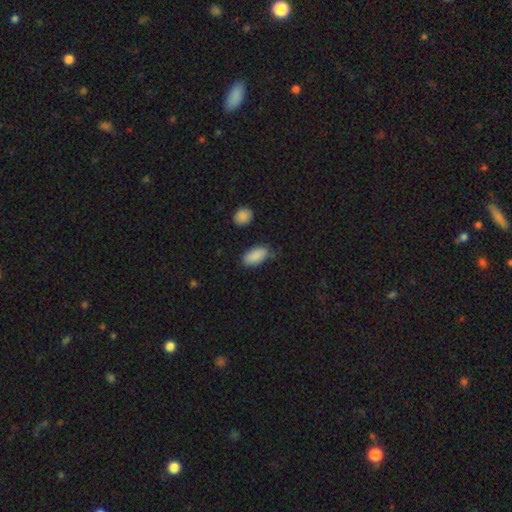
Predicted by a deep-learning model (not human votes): This is clearly a smooth galaxy (89%). How rounded: clearly in between (93%). Merging: likely none (72%).